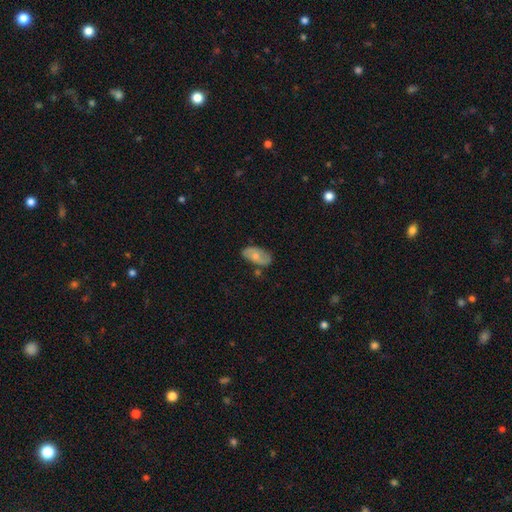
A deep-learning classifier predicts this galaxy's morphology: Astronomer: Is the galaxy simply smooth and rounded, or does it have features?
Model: smooth — 59% (runner-up: featured or disk, 35%).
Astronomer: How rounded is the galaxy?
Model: in between — 93%.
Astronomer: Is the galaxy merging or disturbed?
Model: none — 65%.